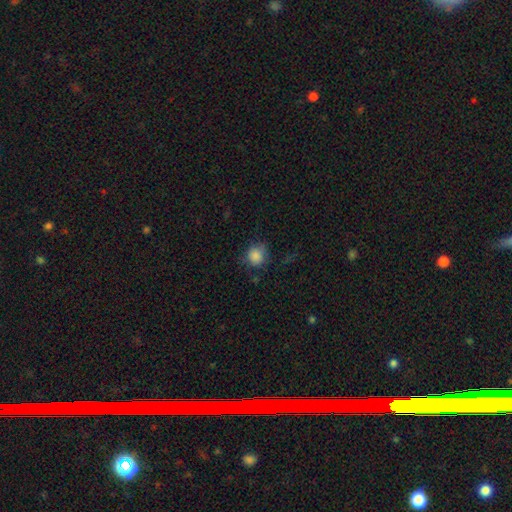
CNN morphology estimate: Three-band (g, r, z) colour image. It shows a smooth galaxy with no disk features (86%) that is round (84%). Merging: none (69%).